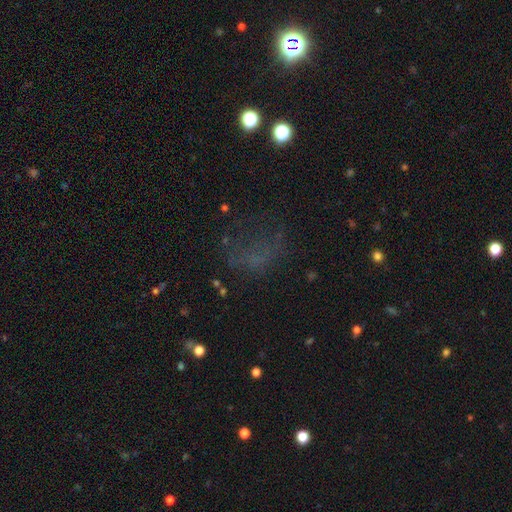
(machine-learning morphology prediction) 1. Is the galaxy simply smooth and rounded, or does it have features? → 39% star or artifact, 36% smooth, 25% featured or disk.